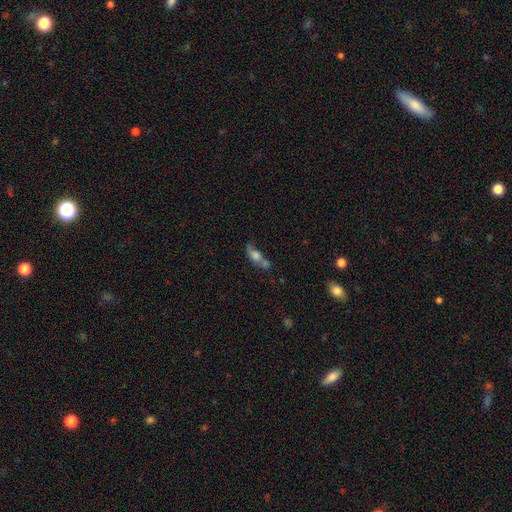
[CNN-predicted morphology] type=smooth (65%); roundness=in between (69%); merging=merger (46%).